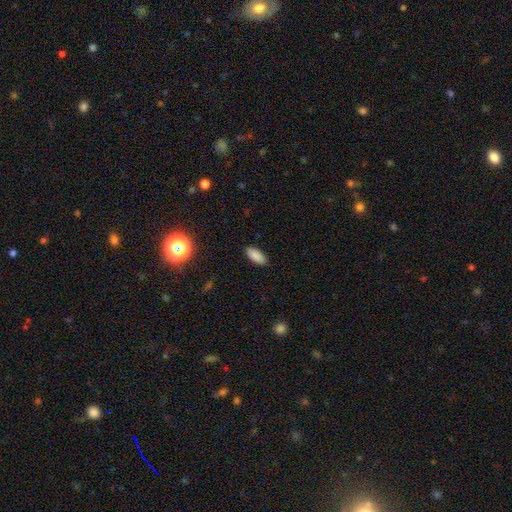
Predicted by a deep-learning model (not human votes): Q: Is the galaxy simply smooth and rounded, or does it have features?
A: smooth — 86%.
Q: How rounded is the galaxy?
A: in between — 87%.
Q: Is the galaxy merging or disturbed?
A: none — 87%.